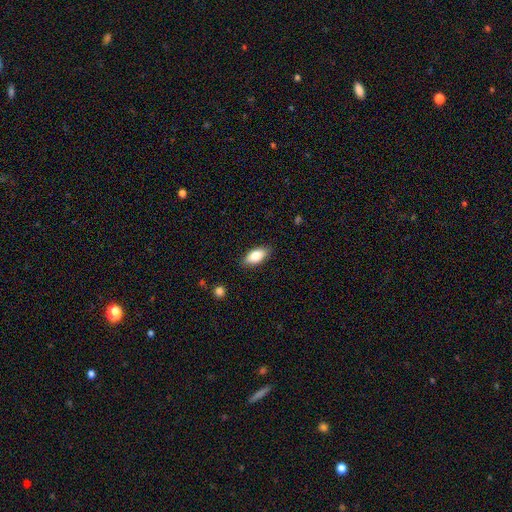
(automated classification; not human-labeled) smooth_or_featured: smooth (p=0.80) [alt: featured or disk p=0.13]
how_rounded: in between (p=0.88) [alt: cigar-shaped p=0.09]
merging: none (p=0.87) [alt: minor disturbance p=0.10]